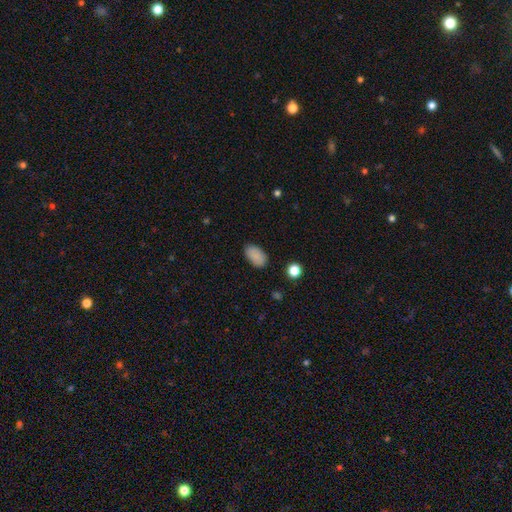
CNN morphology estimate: A smooth galaxy with no disk features (87%) that is in between round and cigar-shaped (93%). Merging: none (84%).